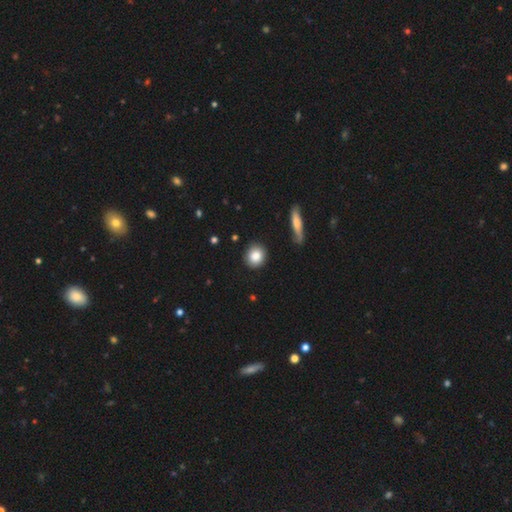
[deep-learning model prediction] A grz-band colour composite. It shows a smooth galaxy with no disk features (85%) that is round (80%). Merging: none (87%).